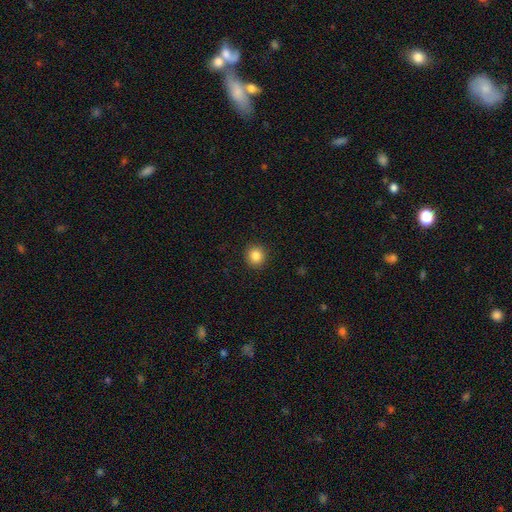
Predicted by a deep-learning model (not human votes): smooth_or_featured: smooth (p=0.85) [alt: star or artifact p=0.10]
how_rounded: round (p=0.91) [alt: in between p=0.08]
merging: none (p=0.92) [alt: minor disturbance p=0.05]